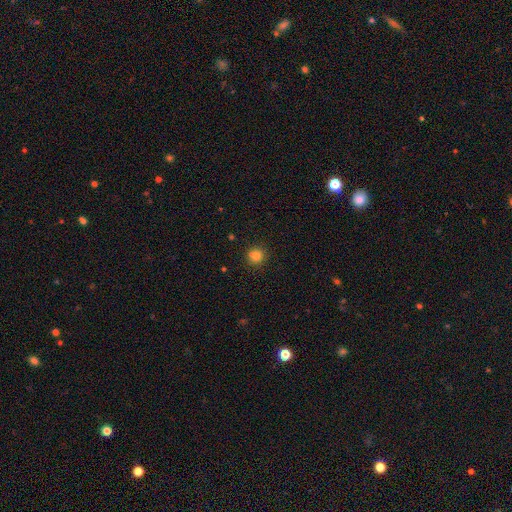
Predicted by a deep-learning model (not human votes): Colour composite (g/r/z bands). It shows a smooth galaxy with no disk features (79%) that is round (87%). Merging: none (73%).